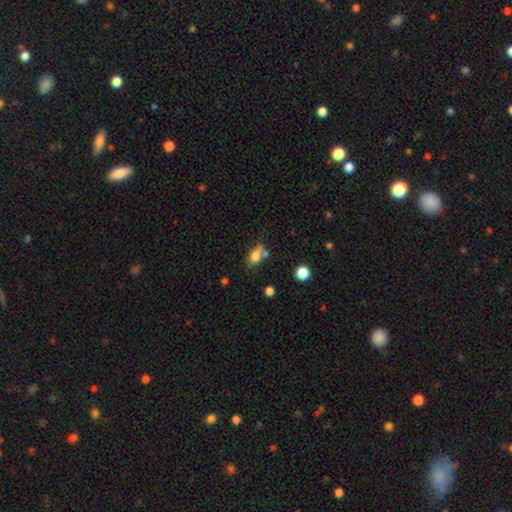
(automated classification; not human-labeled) smooth-or-featured: smooth: 74% | featured or disk: 15% | star or artifact: 11%
  how-rounded: in between: 73% | round: 20% | cigar-shaped: 7%
  merging: none: 43% | merger: 29% | minor disturbance: 19% | major disturbance: 9%